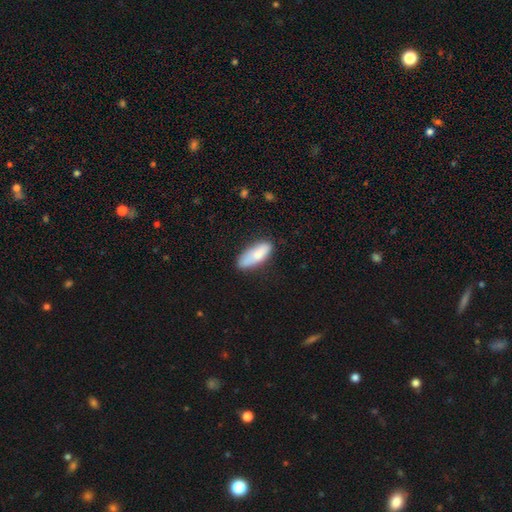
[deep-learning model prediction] Q: Smooth or featured?
A: smooth (81%); runner-up: featured or disk (13%)
Q: How rounded?
A: in between (68%); runner-up: cigar-shaped (29%)
Q: Merging?
A: none (73%); runner-up: minor disturbance (20%)